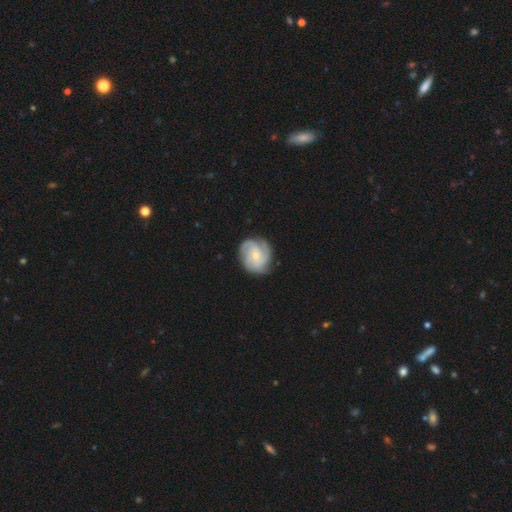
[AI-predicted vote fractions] Smooth or featured?
  - featured or disk: 76% *
  - smooth: 18%
  - star or artifact: 6%
Edge-on disk?
  - no: 98% *
  - yes: 2%
Bar?
  - no: 70% *
  - weak: 26%
  - strong: 4%
Spiral arms?
  - yes: 95% *
  - no: 5%
Spiral winding?
  - tight: 56% *
  - medium: 35%
  - loose: 9%
Spiral arm count?
  - 3: 45% *
  - 4: 18%
  - can't tell: 17%
  - 2: 11%
  - more than 4: 4%
  - 1: 4%
Bulge size?
  - small: 62% *
  - moderate: 34%
  - none: 2%
  - large: 2%
  - dominant: 1%
Merging?
  - none: 74% *
  - minor disturbance: 18%
  - major disturbance: 6%
  - merger: 1%